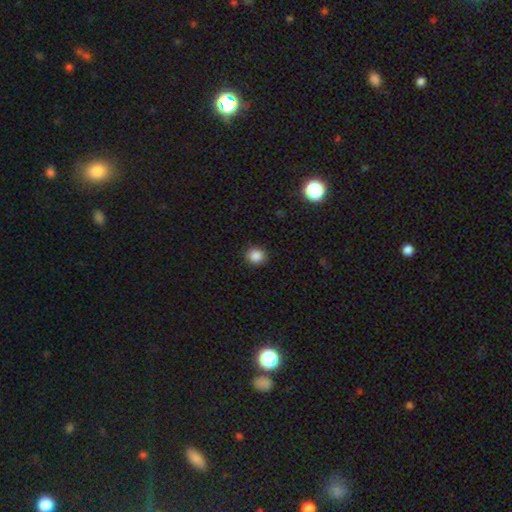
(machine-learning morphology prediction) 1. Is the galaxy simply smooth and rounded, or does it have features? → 87% smooth, 10% star or artifact, 3% featured or disk.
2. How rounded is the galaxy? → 82% round, 17% in between, 1% cigar-shaped.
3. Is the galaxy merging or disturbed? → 90% none, 7% minor disturbance, 2% major disturbance, 1% merger.